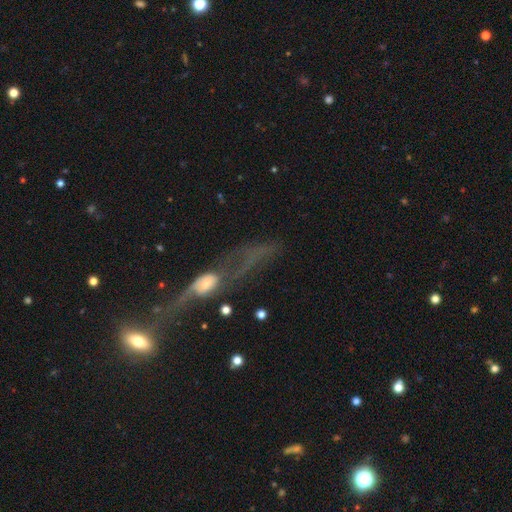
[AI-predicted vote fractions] featured or disk 61%, star or artifact 20%, smooth 19%. Down the decision tree: edge-on disk — yes (55%); merging — none (39%).